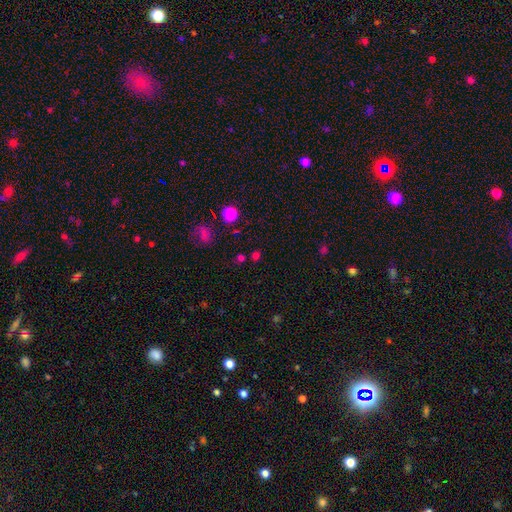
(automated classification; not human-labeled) A smooth galaxy with no disk features (54%) that is round (77%).

Vote fractions:
- Smooth or featured? smooth: 54% / star or artifact: 39% / featured or disk: 6%
- How rounded? round: 77% / in between: 21% / cigar-shaped: 2%
- Merging? none: 78% / minor disturbance: 10% / merger: 7% / major disturbance: 5%